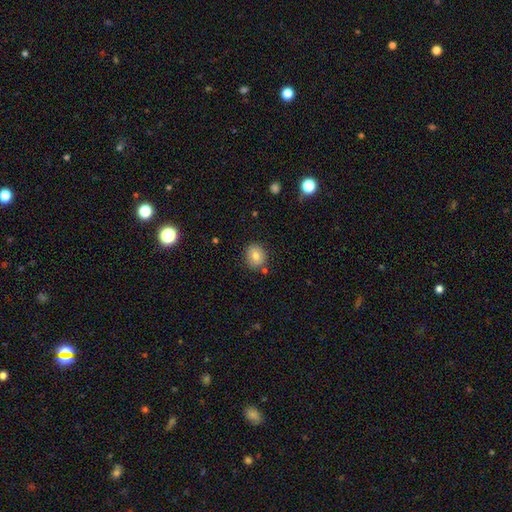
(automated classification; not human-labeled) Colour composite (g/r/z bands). It shows a smooth galaxy with no disk features (78%) that is round (75%). Merging: none (83%).